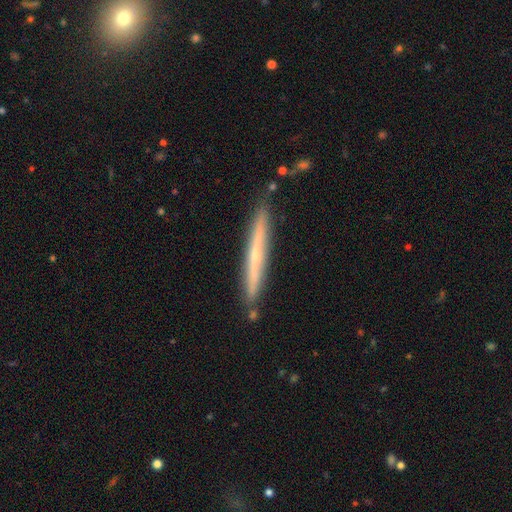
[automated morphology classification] Smooth or featured? Predicted: featured or disk (p=0.54). Edge-on disk? Predicted: yes (p=0.95). Edge-on bulge? Predicted: none (p=0.63). Merging? Predicted: none (p=0.87).